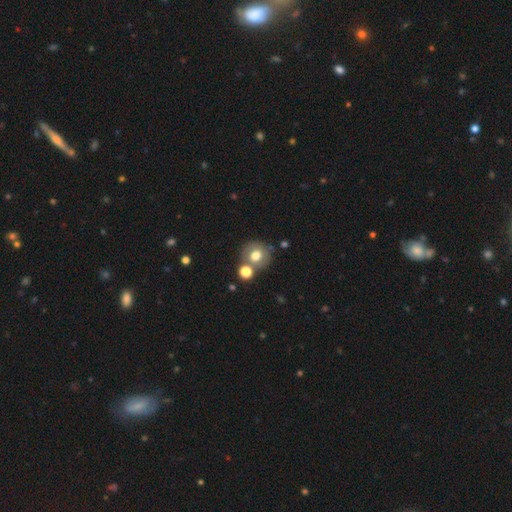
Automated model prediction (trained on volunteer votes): Overall: smooth (69%). How rounded: round (85%). Merging: none (65%).